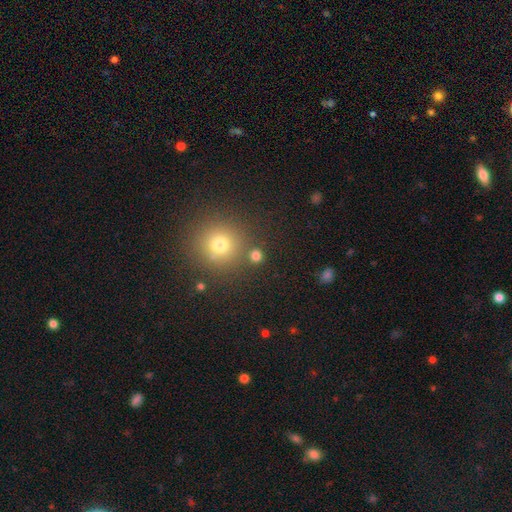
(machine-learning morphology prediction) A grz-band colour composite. It shows a smooth galaxy with no disk features (76%) that is round (91%). Merging: none (80%).